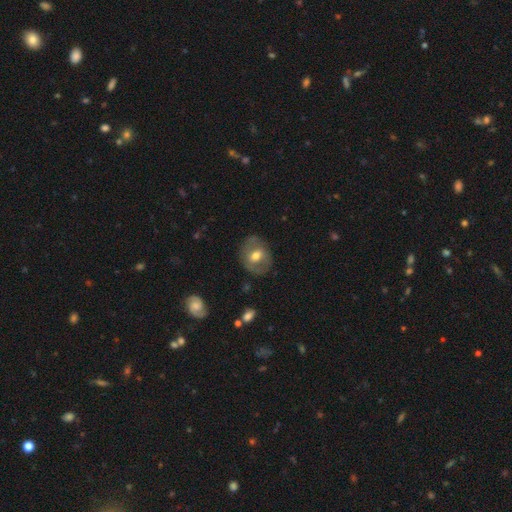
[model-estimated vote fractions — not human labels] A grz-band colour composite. It shows a featured or disk galaxy (46%, tied with smooth). Merging: none (75%).